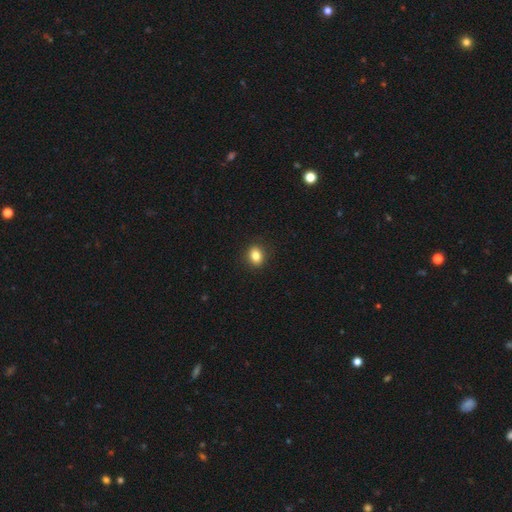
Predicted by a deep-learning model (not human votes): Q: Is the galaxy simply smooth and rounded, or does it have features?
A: smooth — 83%.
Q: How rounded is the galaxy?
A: in between — 51%.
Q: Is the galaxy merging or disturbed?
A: none — 90%.